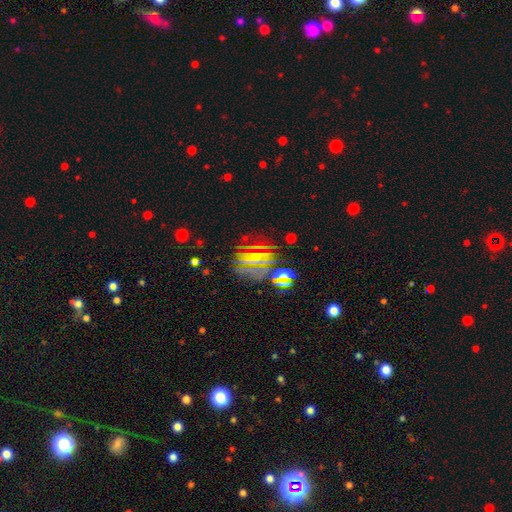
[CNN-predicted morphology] The model was most divided on "smooth or featured": star or artifact: 65%, smooth: 18%, featured or disk: 17%.